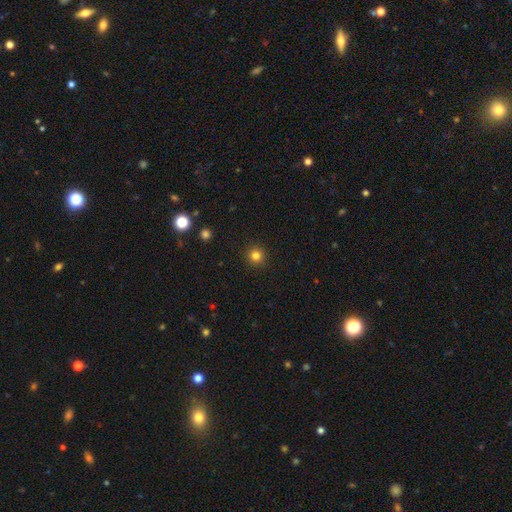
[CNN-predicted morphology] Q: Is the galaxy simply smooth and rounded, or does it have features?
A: smooth — 82%.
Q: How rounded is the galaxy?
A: round — 94%.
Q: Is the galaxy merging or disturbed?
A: none — 92%.